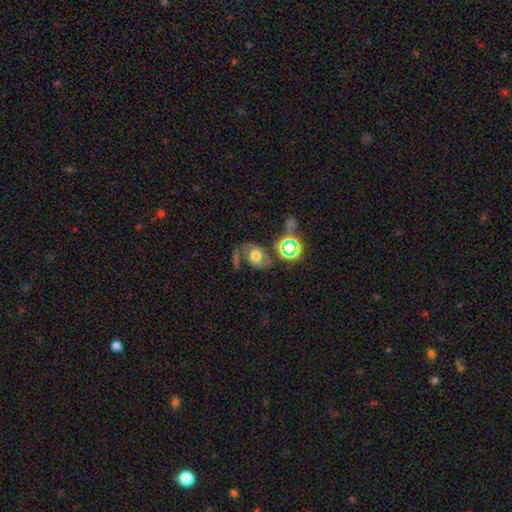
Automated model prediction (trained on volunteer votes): Smooth or featured: smooth — 42% (featured or disk — 40%)
Merging: none — 50% (minor disturbance — 21%)